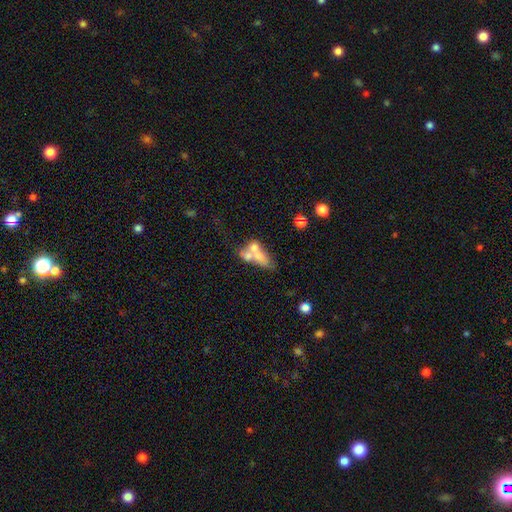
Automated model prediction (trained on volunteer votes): smooth-or-featured: smooth: 47% | featured or disk: 41% | star or artifact: 12%
  merging: merger: 58% | none: 21% | major disturbance: 11% | minor disturbance: 10%